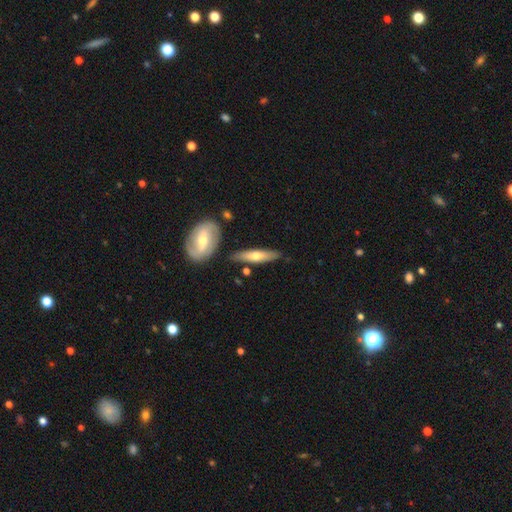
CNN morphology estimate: type=smooth (52%); roundness=cigar-shaped (75%); merging=none (79%).